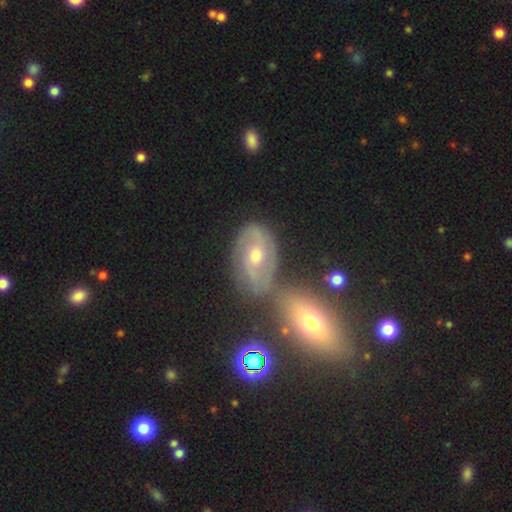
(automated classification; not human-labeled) This appears to be a featured or disk galaxy (76%) with no bar (46%), 2 (78%) medium (49%) spiral arms (89%) and a moderate central bulge (71%). Merging: none (52%).